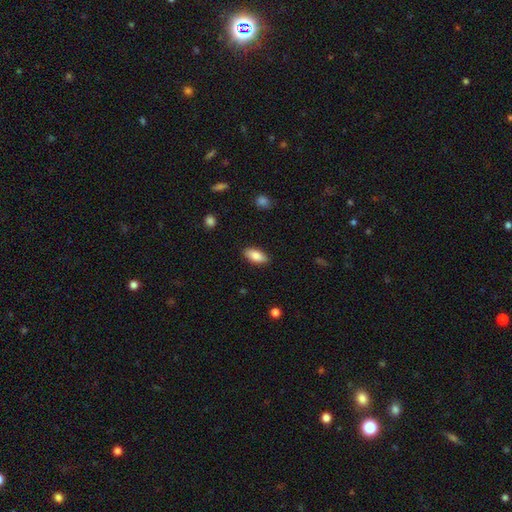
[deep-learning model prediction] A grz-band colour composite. It shows a smooth galaxy with no disk features (85%) that is in between round and cigar-shaped (89%). Merging: none (87%).